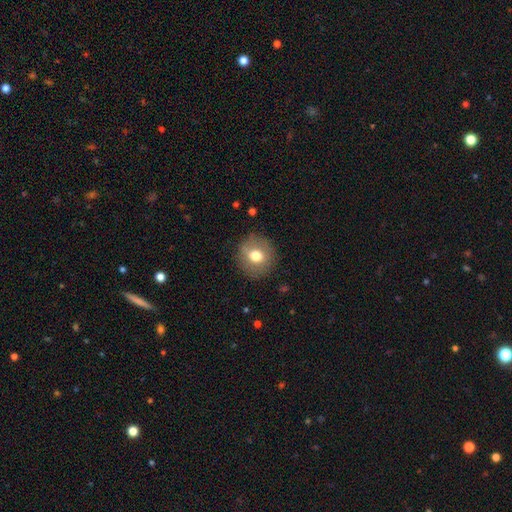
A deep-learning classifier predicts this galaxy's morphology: The model was most divided on "smooth or featured": smooth: 70%, featured or disk: 20%, star or artifact: 9%. More confident: how rounded — round (88%); merging — none (87%).